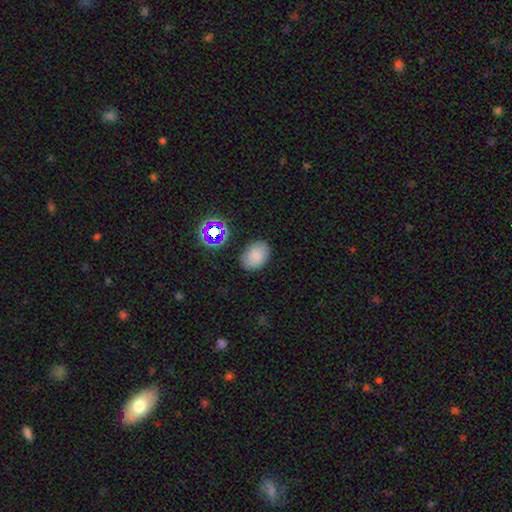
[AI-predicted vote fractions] This is clearly a smooth galaxy (82%). How rounded: clearly in between (80%). Merging: clearly none (83%).